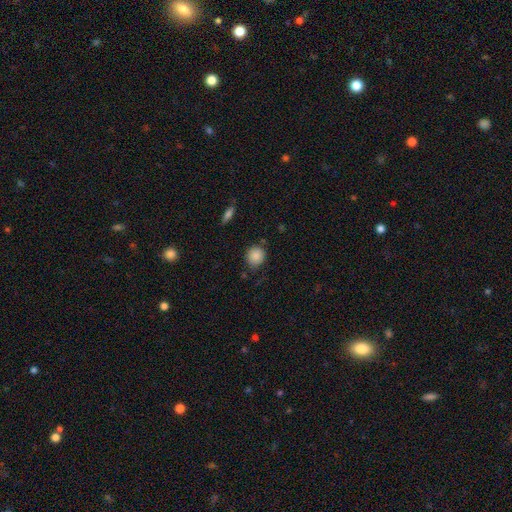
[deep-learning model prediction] Smooth or featured?
  - smooth: 87% *
  - star or artifact: 8%
  - featured or disk: 5%
How rounded?
  - round: 86% *
  - in between: 13%
  - cigar-shaped: 1%
Merging?
  - none: 80% *
  - minor disturbance: 14%
  - major disturbance: 3%
  - merger: 2%